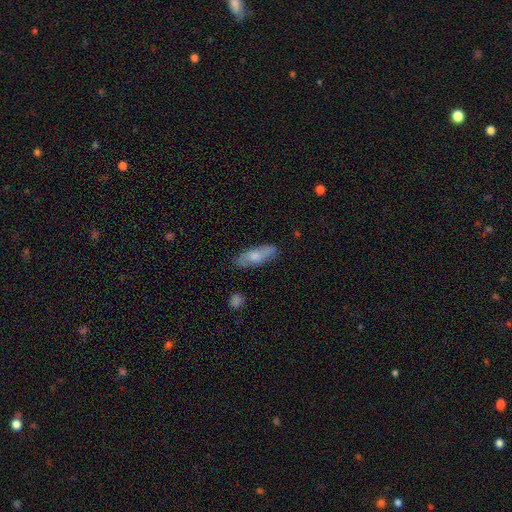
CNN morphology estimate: This is likely a smooth galaxy (65%). How rounded: likely in between (63%). Merging: clearly none (80%).